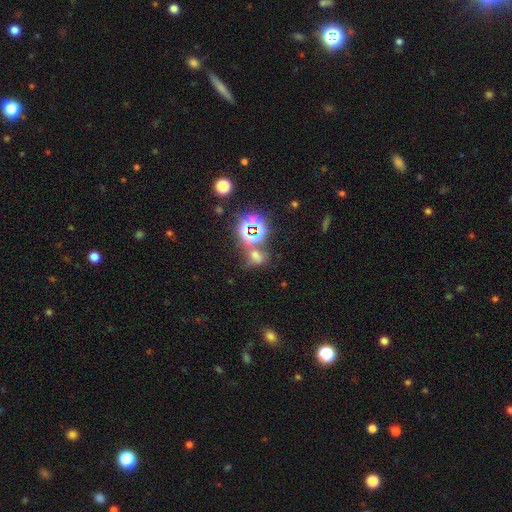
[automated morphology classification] smooth_or_featured: star or artifact (p=0.49) [alt: smooth p=0.41]